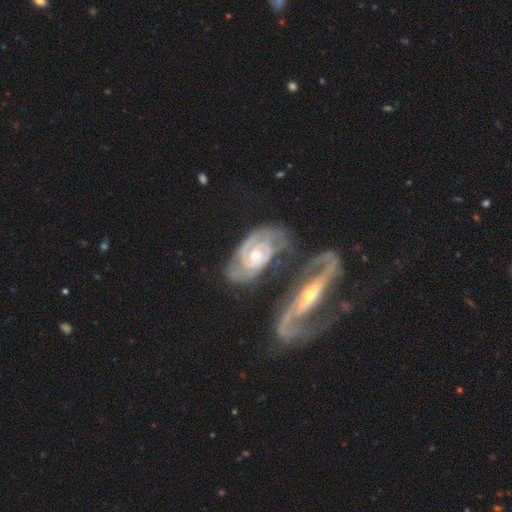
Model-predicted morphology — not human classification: A featured or disk galaxy (89%) with no bar (60%), 2 (57%) tight (59%) spiral arms (97%) and a small central bulge (49%).

Vote fractions:
- Smooth or featured? featured or disk: 89% / smooth: 7% / star or artifact: 5%
- Edge-on disk? no: 95% / yes: 5%
- Bar? no: 60% / weak: 29% / strong: 11%
- Spiral arms? yes: 97% / no: 3%
- Spiral winding? tight: 59% / medium: 35% / loose: 7%
- Spiral arm count? 2: 57% / 3: 19% / can't tell: 14% / 4: 4% / 1: 4% / more than 4: 3%
- Bulge size? small: 49% / moderate: 47% / large: 2% / none: 1% / dominant: 1%
- Merging? none: 42% / merger: 26% / minor disturbance: 19% / major disturbance: 12%